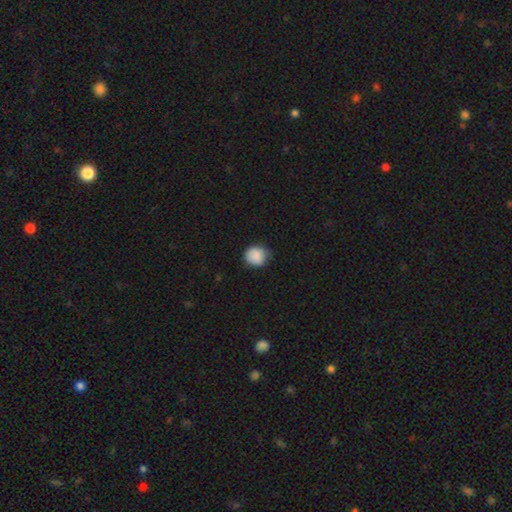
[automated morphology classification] This appears to be a smooth galaxy with no disk features (87%) that is round (83%). Merging: none (74%).